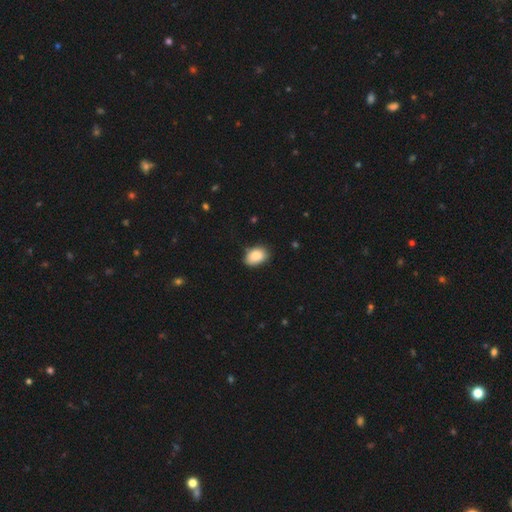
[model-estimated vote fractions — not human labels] smooth 88%, star or artifact 7%, featured or disk 5%. Down the decision tree: how rounded — in between (85%); merging — none (76%).